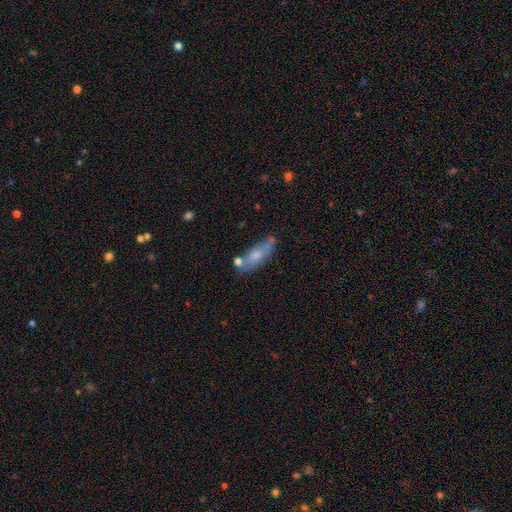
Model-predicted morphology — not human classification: Smooth or featured? Predicted: smooth (p=0.61). How rounded? Predicted: in between (p=0.71). Merging? Predicted: none (p=0.51).